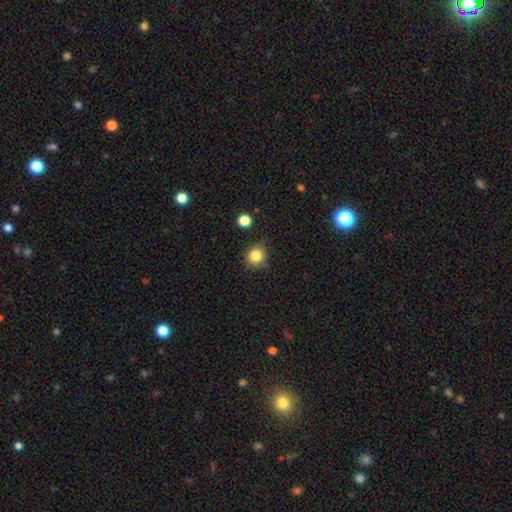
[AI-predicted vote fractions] This appears to be a smooth galaxy with no disk features (83%) that is round (85%). Merging: none (80%).